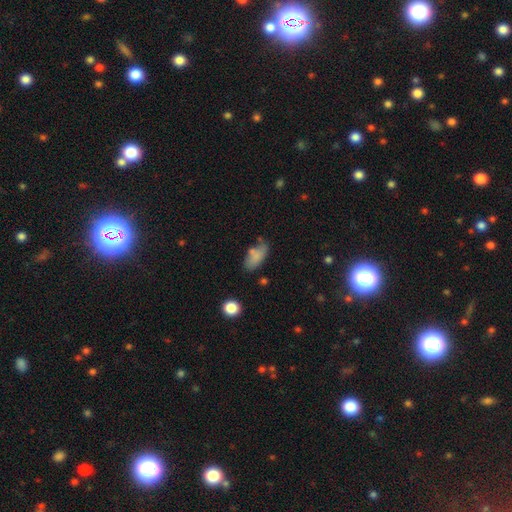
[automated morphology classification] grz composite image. It shows a smooth galaxy with no disk features (79%) that is in between round and cigar-shaped (85%). Merging: none (56%).